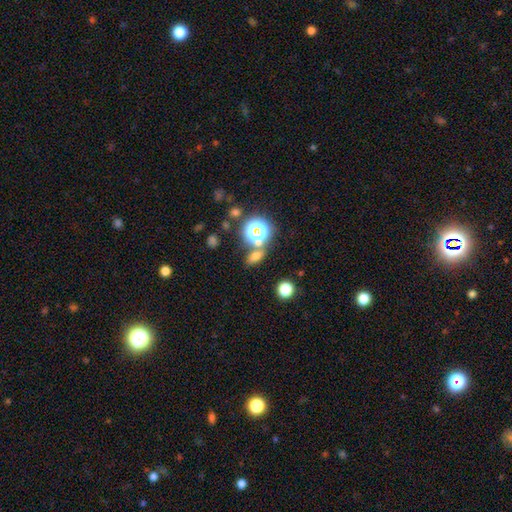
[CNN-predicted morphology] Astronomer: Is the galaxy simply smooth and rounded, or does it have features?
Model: smooth — 60%.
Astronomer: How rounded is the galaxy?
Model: in between — 60%.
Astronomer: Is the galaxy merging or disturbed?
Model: none — 67%.